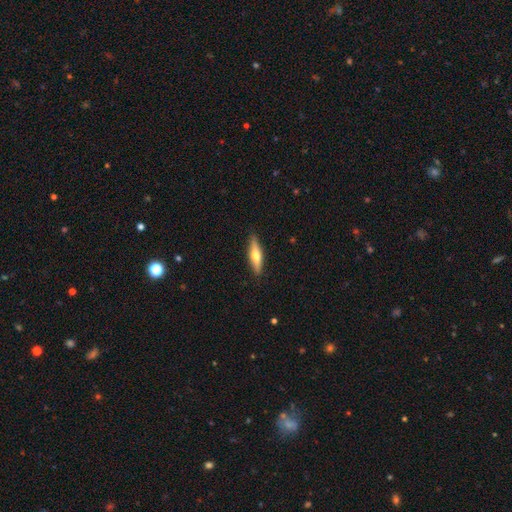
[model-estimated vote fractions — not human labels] featured or disk 50%, smooth 44%, star or artifact 6%. Down the decision tree: edge-on disk — yes (93%); merging — none (89%).